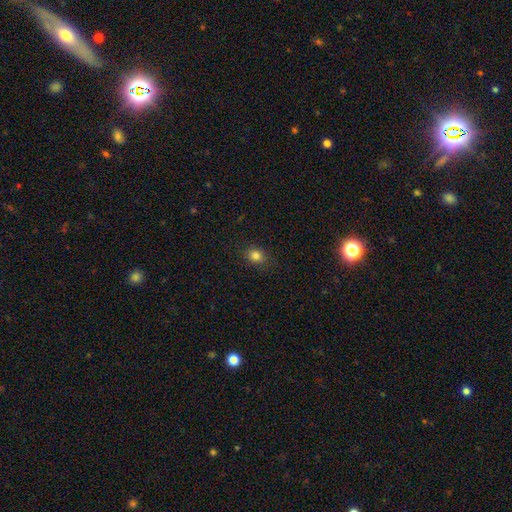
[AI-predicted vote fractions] Overall: smooth (79%). How rounded: round (50%; in between 49%). Merging: none (86%).